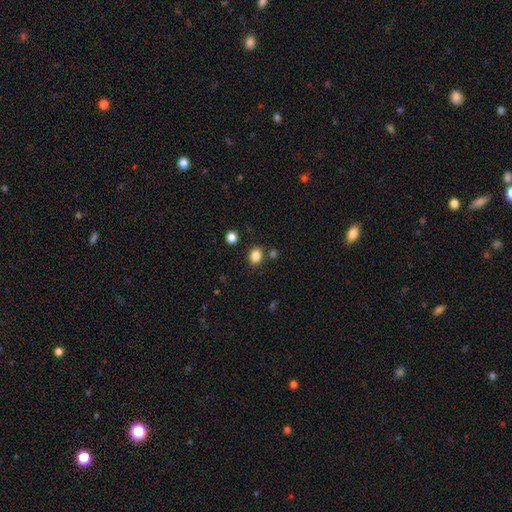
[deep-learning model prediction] A smooth galaxy with no disk features (85%) that is round (50%). Merging: none (80%).